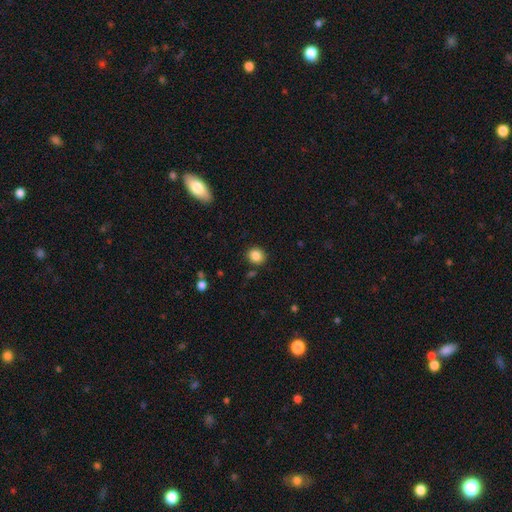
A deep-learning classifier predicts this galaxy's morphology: Smooth or featured?
  - smooth: 86% *
  - star or artifact: 10%
  - featured or disk: 4%
How rounded?
  - round: 82% *
  - in between: 17%
  - cigar-shaped: 1%
Merging?
  - none: 87% *
  - minor disturbance: 8%
  - merger: 3%
  - major disturbance: 2%